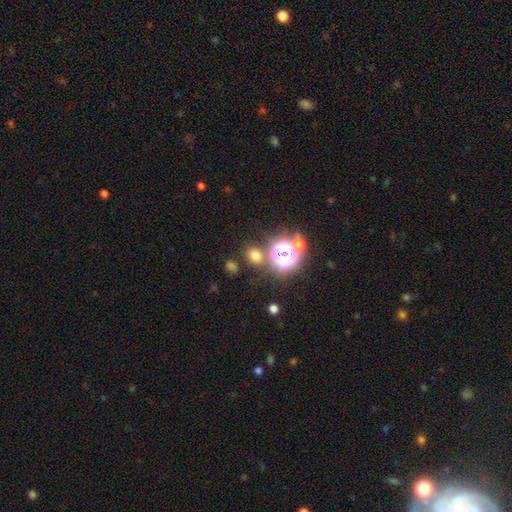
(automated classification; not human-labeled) This is likely a smooth galaxy (63%). How rounded: likely round (64%). Merging: likely none (76%).